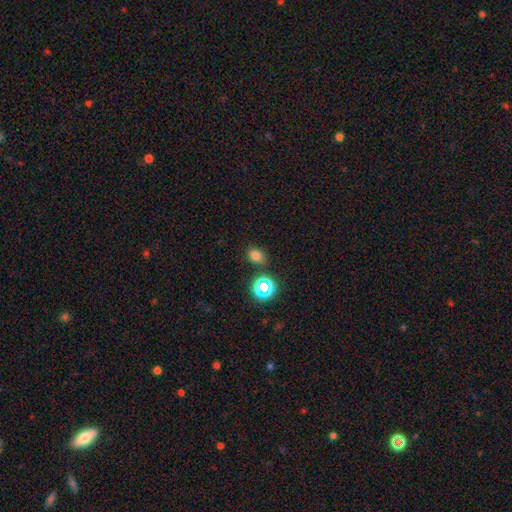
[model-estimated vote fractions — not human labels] Morphology: type=smooth (73%); roundness=in between (53%); merging=none (81%).